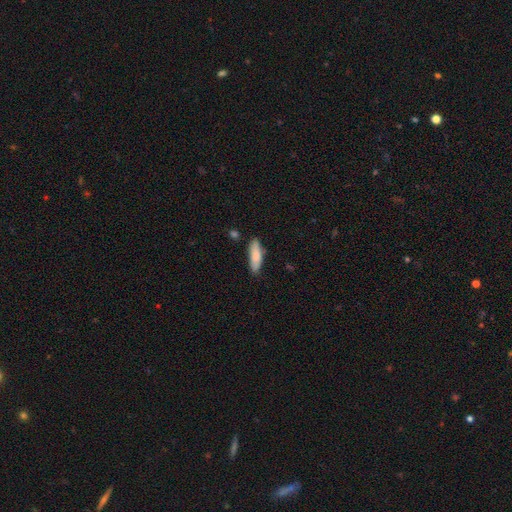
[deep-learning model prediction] This is clearly a smooth galaxy (80%). How rounded: possibly cigar-shaped (50%). Merging: likely none (80%).